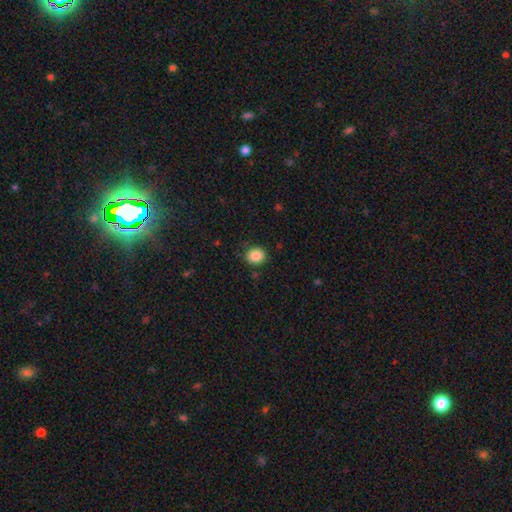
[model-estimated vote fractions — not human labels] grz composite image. It shows a smooth galaxy with no disk features (87%) that is round (73%). Merging: none (86%).